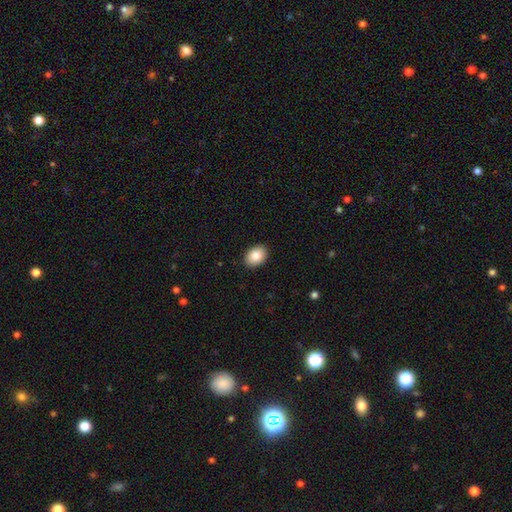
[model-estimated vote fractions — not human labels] Smooth or featured: smooth — 86% (star or artifact — 7%)
How rounded: in between — 77% (round — 22%)
Merging: none — 90% (minor disturbance — 7%)